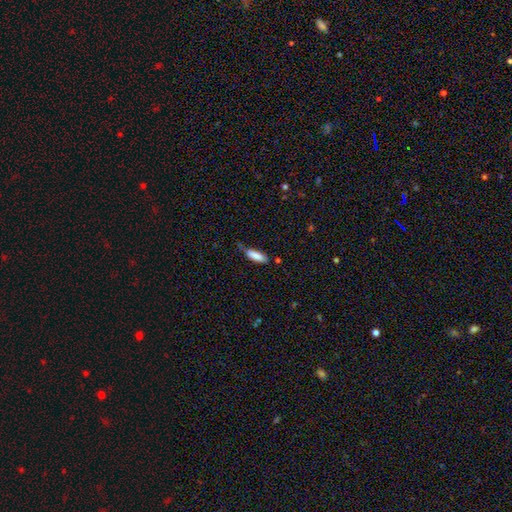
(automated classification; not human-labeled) A smooth galaxy with no disk features (84%) that is in between round and cigar-shaped (54%). Merging: none (51%).